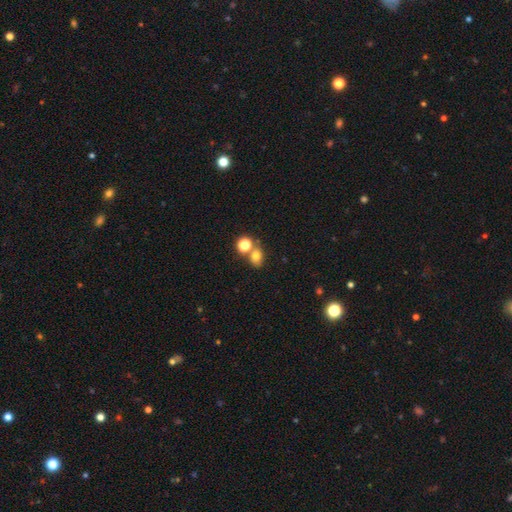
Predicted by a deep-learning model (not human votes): smooth-or-featured: smooth: 75% | star or artifact: 15% | featured or disk: 10%
  how-rounded: in between: 52% | round: 47% | cigar-shaped: 1%
  merging: none: 51% | merger: 35% | minor disturbance: 10% | major disturbance: 4%